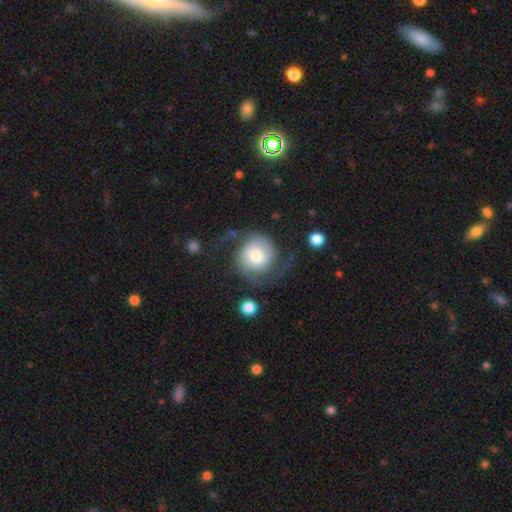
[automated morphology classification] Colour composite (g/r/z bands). It shows a featured or disk galaxy (59%) with no bar (71%), 2 (79%) medium (39%) spiral arms (89%) and a moderate central bulge (50%). Merging: none (54%).